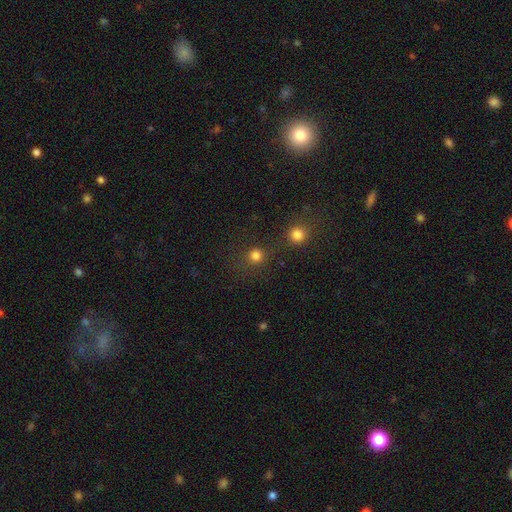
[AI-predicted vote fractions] This appears to be a smooth galaxy with no disk features (79%) that is round (92%). Merging: none (74%).